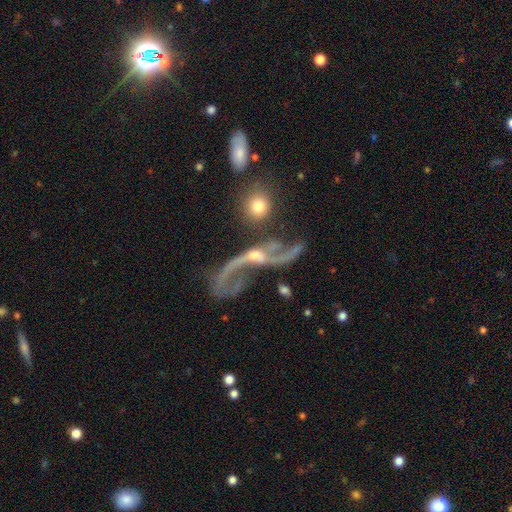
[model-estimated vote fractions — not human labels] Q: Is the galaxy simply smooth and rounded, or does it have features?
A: featured or disk — 84%.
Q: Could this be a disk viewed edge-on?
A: no — 89%.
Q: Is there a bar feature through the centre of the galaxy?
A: no — 52%.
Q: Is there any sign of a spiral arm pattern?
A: yes — 87%.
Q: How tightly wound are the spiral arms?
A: loose — 88%.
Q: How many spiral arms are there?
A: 2 — 85%.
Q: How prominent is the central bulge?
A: small — 55%.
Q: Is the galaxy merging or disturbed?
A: major disturbance — 35%.